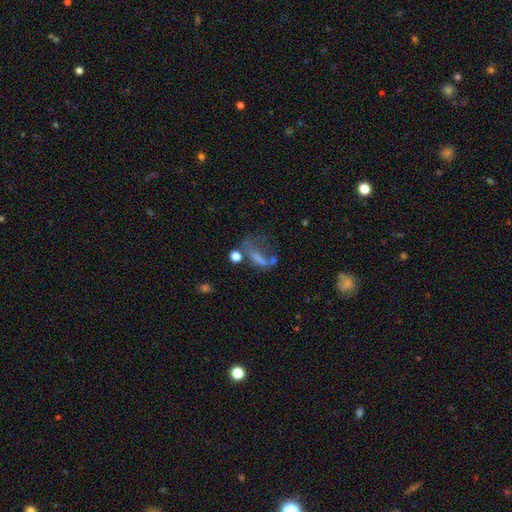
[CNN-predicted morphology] smooth 50%, featured or disk 30%, star or artifact 20%. Down the decision tree: merging — major disturbance (41%).